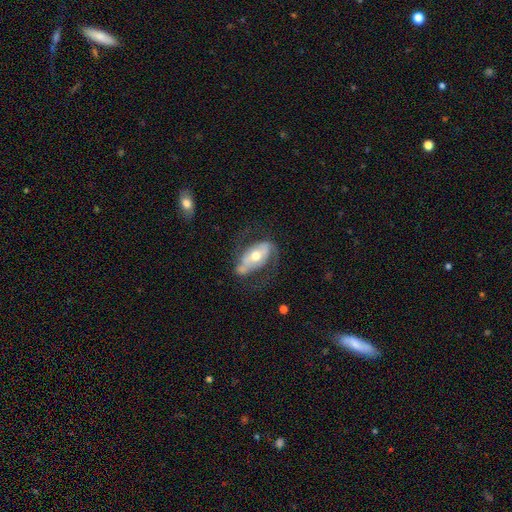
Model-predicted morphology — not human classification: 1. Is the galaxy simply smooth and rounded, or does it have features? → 65% featured or disk, 29% smooth, 6% star or artifact.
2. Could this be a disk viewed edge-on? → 88% no, 12% yes.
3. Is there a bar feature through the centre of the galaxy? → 43% no, 29% strong, 27% weak.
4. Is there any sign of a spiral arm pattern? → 64% yes, 36% no.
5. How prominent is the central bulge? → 69% moderate, 21% small, 7% large, 1% dominant, 1% none.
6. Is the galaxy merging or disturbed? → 52% none, 23% minor disturbance, 21% major disturbance, 4% merger.